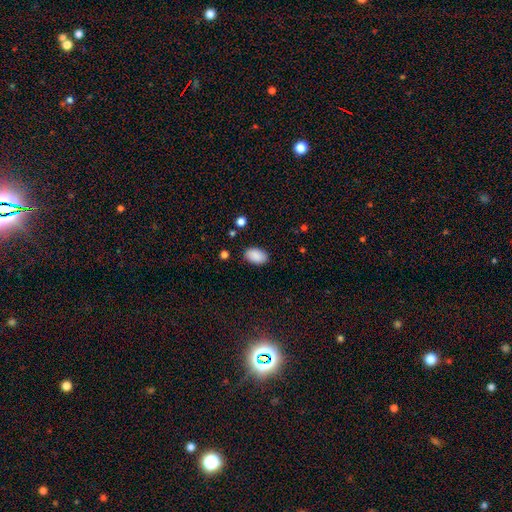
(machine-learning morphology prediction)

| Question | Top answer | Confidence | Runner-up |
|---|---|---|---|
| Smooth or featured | smooth | 90% | star or artifact (7%) |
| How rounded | in between | 92% | round (6%) |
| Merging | none | 85% | minor disturbance (11%) |